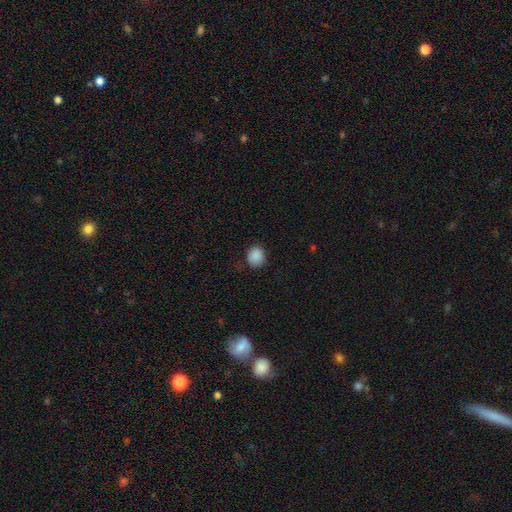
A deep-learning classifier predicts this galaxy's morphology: Smooth or featured? Predicted: smooth (p=0.88). How rounded? Predicted: round (p=0.74). Merging? Predicted: none (p=0.80).